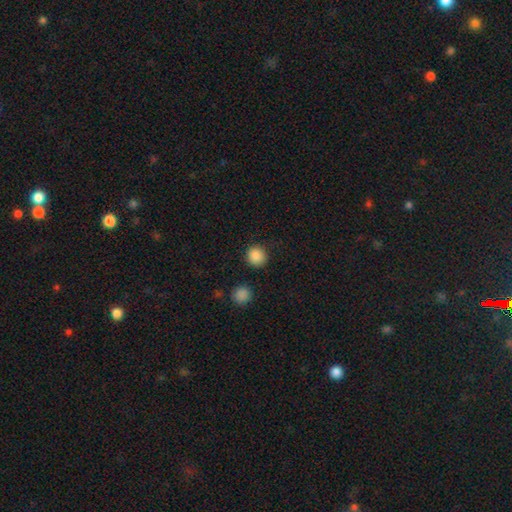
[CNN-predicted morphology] smooth 87%, star or artifact 10%, featured or disk 3%. Down the decision tree: how rounded — round (93%); merging — none (87%).